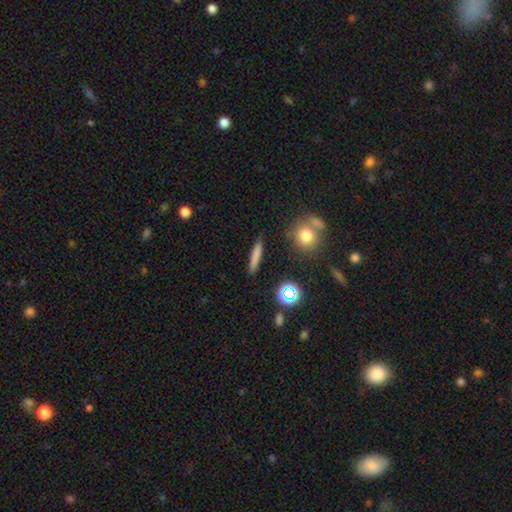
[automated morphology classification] The model was most divided on "smooth or featured": smooth: 74%, featured or disk: 15%, star or artifact: 11%. More confident: how rounded — cigar-shaped (87%); merging — none (87%).